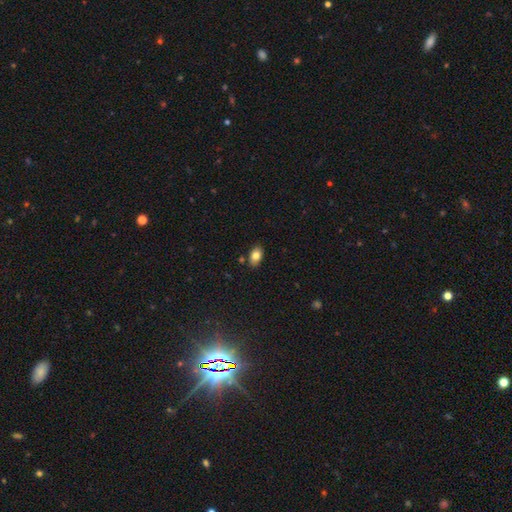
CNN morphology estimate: type=smooth (81%); roundness=in between (87%); merging=none (84%).